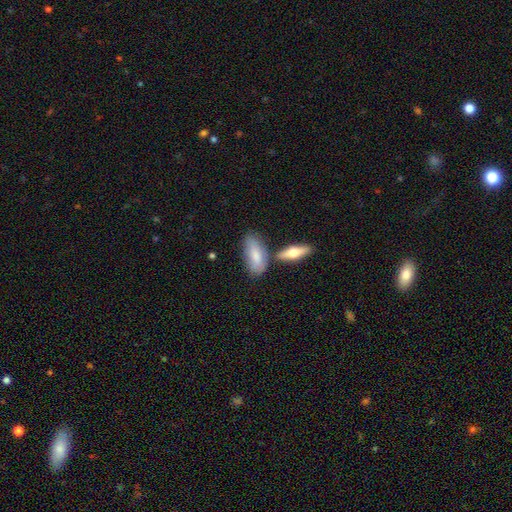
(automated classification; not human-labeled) This appears to be a smooth galaxy with no disk features (70%) that is in between round and cigar-shaped (83%). Merging: none (58%).